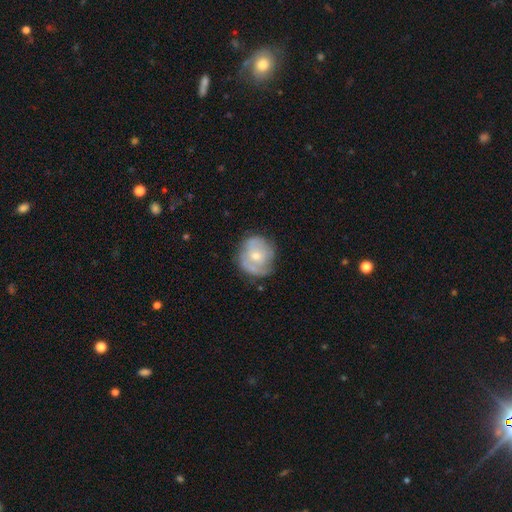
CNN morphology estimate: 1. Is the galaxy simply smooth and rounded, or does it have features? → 51% featured or disk, 42% smooth, 7% star or artifact.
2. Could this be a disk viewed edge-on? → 97% no, 3% yes.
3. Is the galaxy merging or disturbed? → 62% none, 25% minor disturbance, 11% major disturbance, 2% merger.